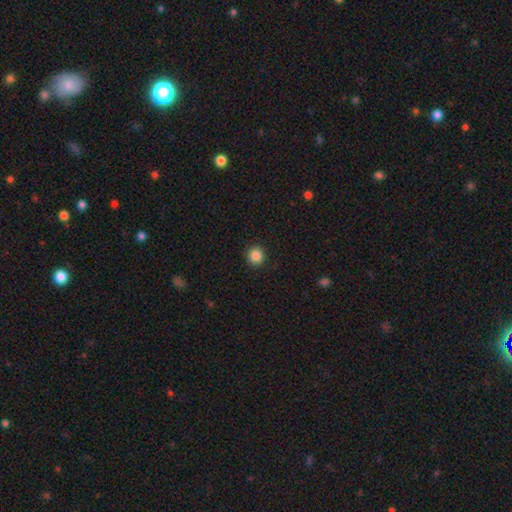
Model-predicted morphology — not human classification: smooth 86%, star or artifact 10%, featured or disk 4%. Down the decision tree: how rounded — round (92%); merging — none (92%).